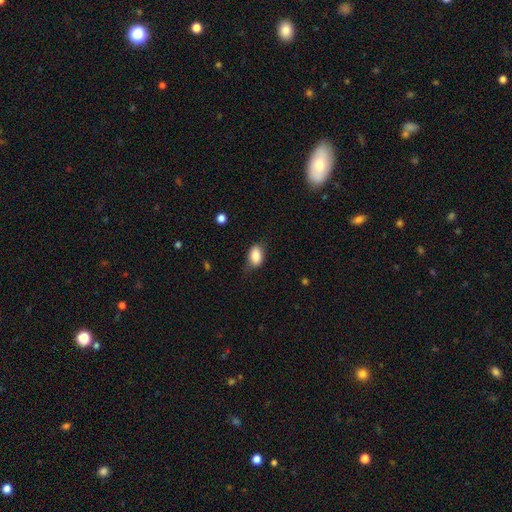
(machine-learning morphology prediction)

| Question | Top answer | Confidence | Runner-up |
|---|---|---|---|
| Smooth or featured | smooth | 84% | featured or disk (9%) |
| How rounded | in between | 86% | round (11%) |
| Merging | none | 64% | minor disturbance (27%) |